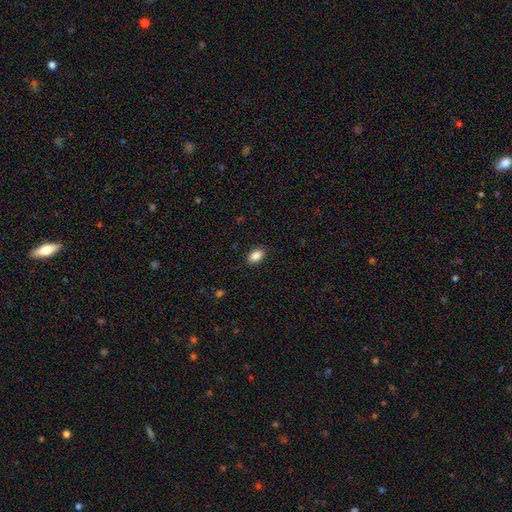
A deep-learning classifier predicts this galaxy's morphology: A smooth galaxy with no disk features (88%) that is in between round and cigar-shaped (89%). Merging: none (88%).